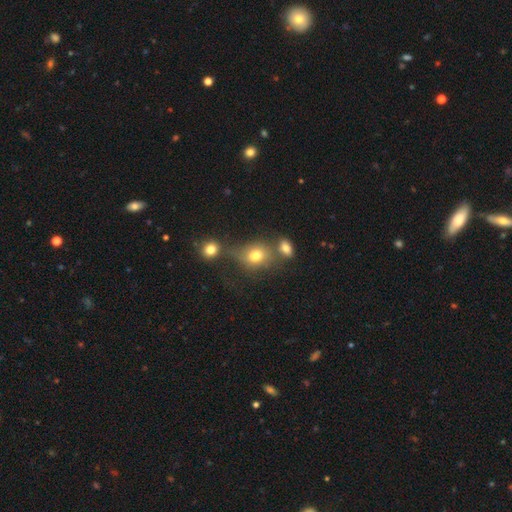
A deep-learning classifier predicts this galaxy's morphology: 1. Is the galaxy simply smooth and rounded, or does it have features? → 74% smooth, 14% star or artifact, 12% featured or disk.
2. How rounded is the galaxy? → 62% round, 37% in between, 1% cigar-shaped.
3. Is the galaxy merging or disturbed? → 45% none, 29% merger, 16% minor disturbance, 10% major disturbance.